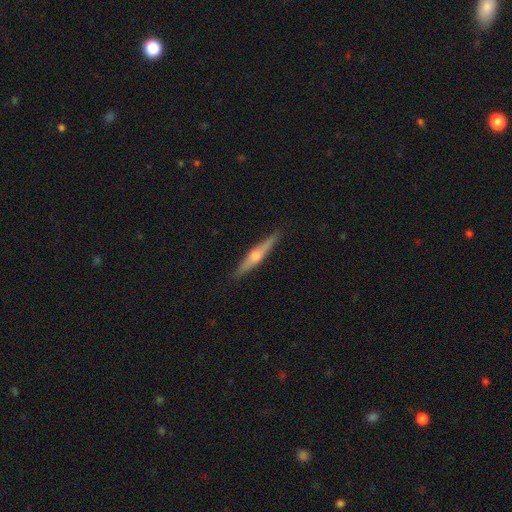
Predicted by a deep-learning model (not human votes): A featured or disk galaxy (68%) viewed edge-on (97%) with a rounded central bulge (89%).

Vote fractions:
- Smooth or featured? featured or disk: 68% / smooth: 26% / star or artifact: 6%
- Edge-on disk? yes: 97% / no: 3%
- Edge-on bulge? rounded: 89% / boxy: 6% / none: 5%
- Merging? none: 90% / minor disturbance: 8% / major disturbance: 2% / merger: 1%